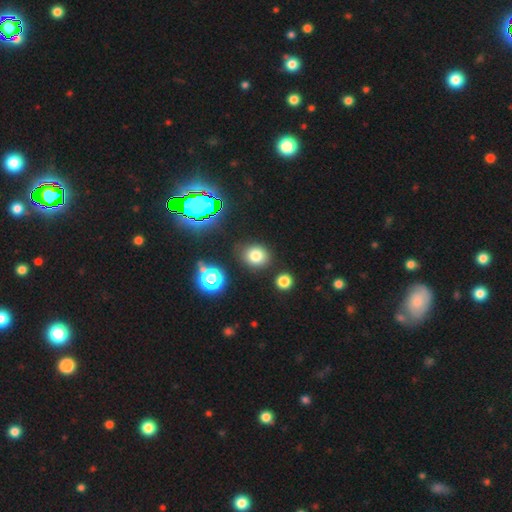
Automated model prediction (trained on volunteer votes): Q: Smooth or featured?
A: smooth (75%); runner-up: star or artifact (18%)
Q: How rounded?
A: round (64%); runner-up: in between (35%)
Q: Merging?
A: none (83%); runner-up: minor disturbance (9%)